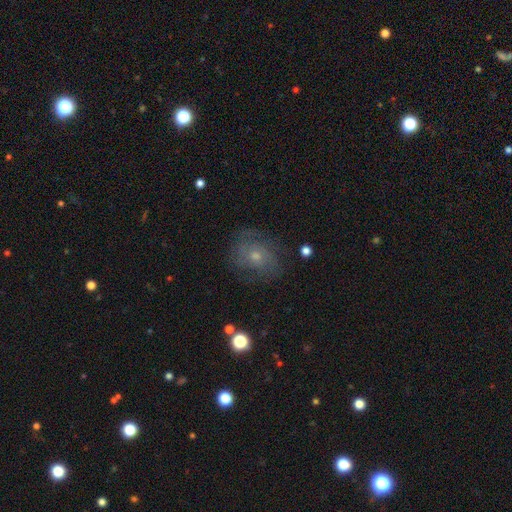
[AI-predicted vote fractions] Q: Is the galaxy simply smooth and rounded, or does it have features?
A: featured or disk — 54%.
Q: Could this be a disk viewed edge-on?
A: no — 96%.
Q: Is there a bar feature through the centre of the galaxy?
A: no — 81%.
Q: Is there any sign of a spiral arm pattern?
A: yes — 78%.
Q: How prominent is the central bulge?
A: small — 56%.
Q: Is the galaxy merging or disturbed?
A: none — 73%.